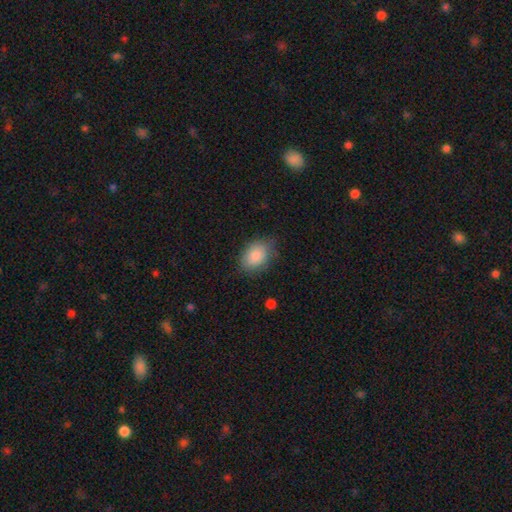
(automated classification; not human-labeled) smooth 86%, star or artifact 7%, featured or disk 7%. Down the decision tree: how rounded — in between (79%); merging — none (74%).